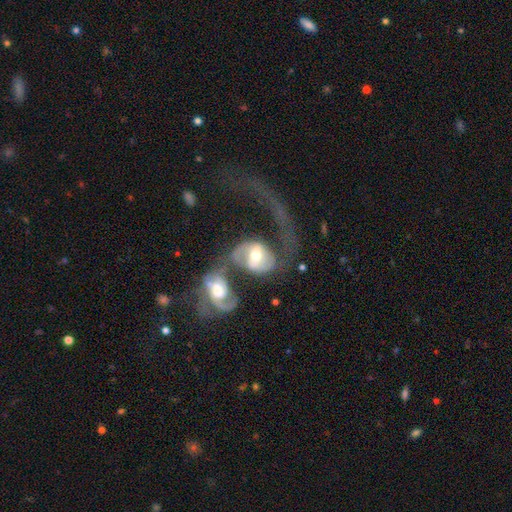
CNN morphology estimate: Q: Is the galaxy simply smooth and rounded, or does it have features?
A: featured or disk — 73%.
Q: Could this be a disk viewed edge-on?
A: no — 95%.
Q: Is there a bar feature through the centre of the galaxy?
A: weak — 40%.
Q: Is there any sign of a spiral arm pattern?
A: yes — 84%.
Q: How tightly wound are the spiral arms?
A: loose — 52%.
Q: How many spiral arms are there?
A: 2 — 67%.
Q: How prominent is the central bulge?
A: moderate — 68%.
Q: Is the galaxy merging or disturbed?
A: merger — 68%.